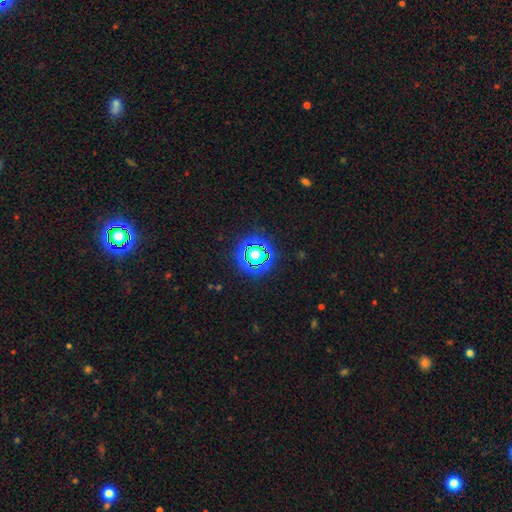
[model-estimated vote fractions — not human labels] smooth-or-featured: star or artifact: 57% | smooth: 32% | featured or disk: 11%